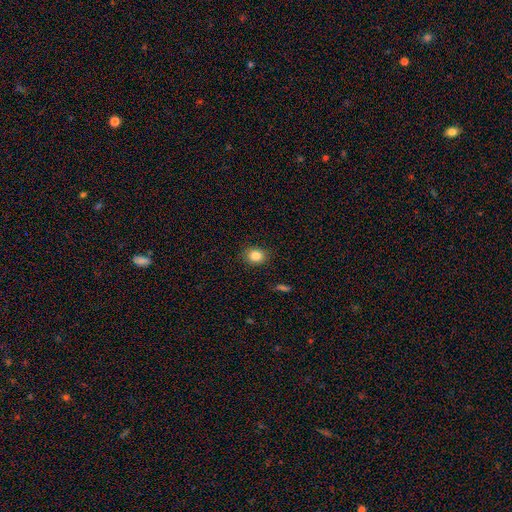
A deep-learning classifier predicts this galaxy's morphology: Smooth or featured?
  - smooth: 84% *
  - star or artifact: 10%
  - featured or disk: 6%
How rounded?
  - round: 57% *
  - in between: 43%
  - cigar-shaped: 1%
Merging?
  - none: 87% *
  - minor disturbance: 9%
  - major disturbance: 2%
  - merger: 1%